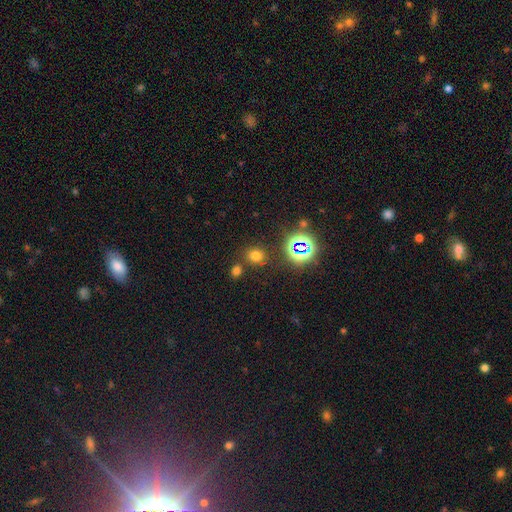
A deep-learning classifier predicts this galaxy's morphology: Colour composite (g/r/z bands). It shows a smooth galaxy with no disk features (67%) that is round (72%). Merging: none (78%).